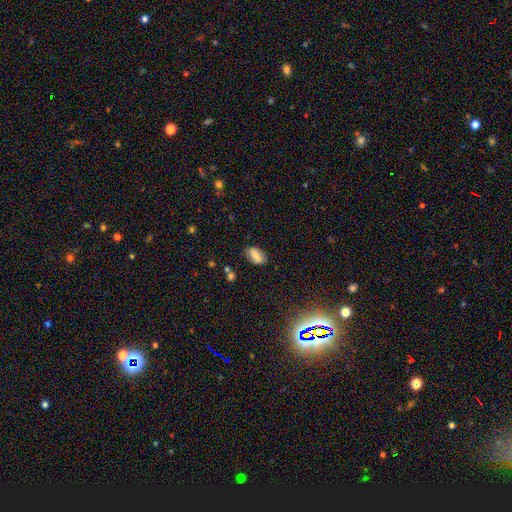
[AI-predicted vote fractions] This appears to be a smooth galaxy with no disk features (76%) that is in between round and cigar-shaped (90%). Merging: none (79%).